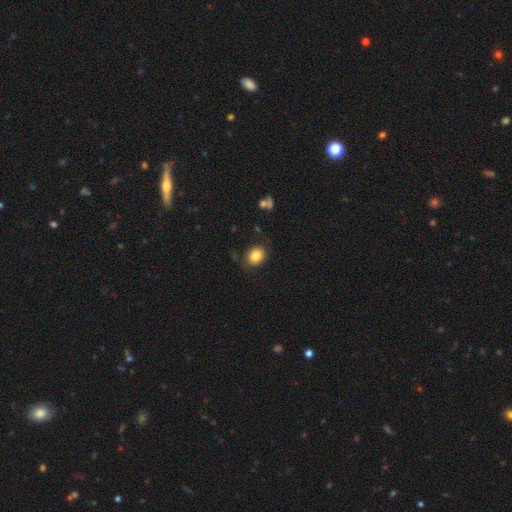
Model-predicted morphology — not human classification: A smooth galaxy with no disk features (84%) that is round (62%). Merging: none (81%).